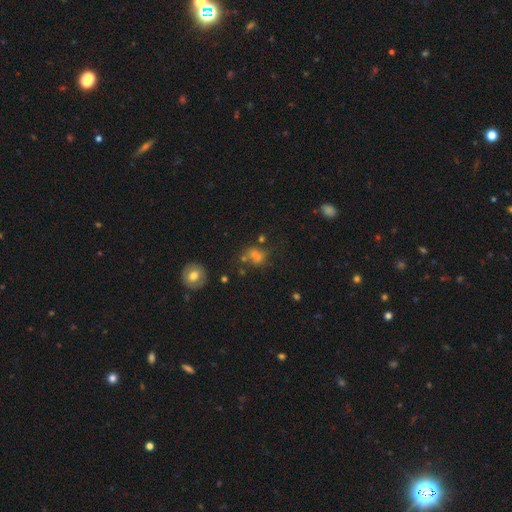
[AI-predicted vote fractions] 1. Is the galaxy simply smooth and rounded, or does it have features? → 65% smooth, 19% star or artifact, 16% featured or disk.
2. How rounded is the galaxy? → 54% in between, 43% round, 2% cigar-shaped.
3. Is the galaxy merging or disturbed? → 46% none, 20% minor disturbance, 18% merger, 16% major disturbance.